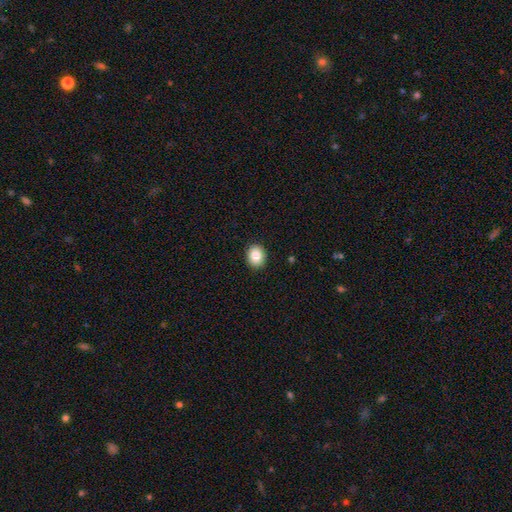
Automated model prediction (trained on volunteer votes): Smooth or featured?
  - smooth: 86% *
  - star or artifact: 9%
  - featured or disk: 5%
How rounded?
  - round: 58% *
  - in between: 41%
  - cigar-shaped: 1%
Merging?
  - none: 91% *
  - minor disturbance: 6%
  - major disturbance: 2%
  - merger: 1%